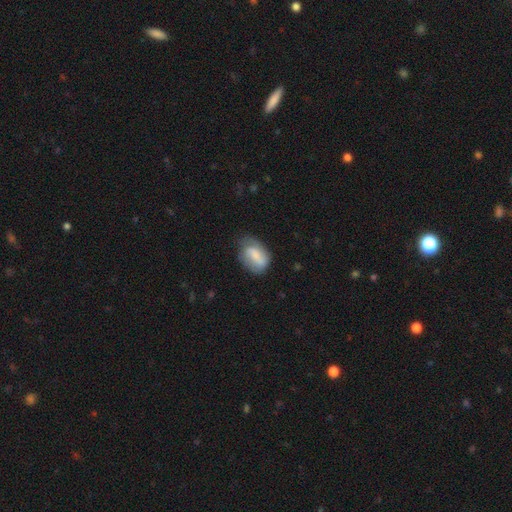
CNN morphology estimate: Overall: smooth (66%; featured or disk 27%). How rounded: in between (85%). Merging: none (50%; minor disturbance 33%).